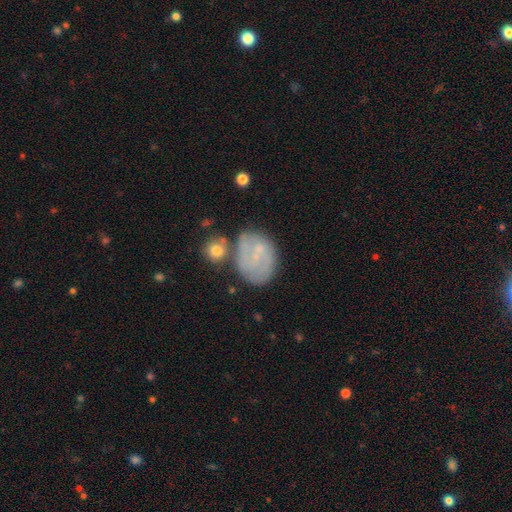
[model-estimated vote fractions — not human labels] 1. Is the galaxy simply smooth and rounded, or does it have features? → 51% featured or disk, 40% smooth, 9% star or artifact.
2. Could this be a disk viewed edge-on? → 97% no, 3% yes.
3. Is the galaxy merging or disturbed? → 53% none, 24% minor disturbance, 13% merger, 11% major disturbance.